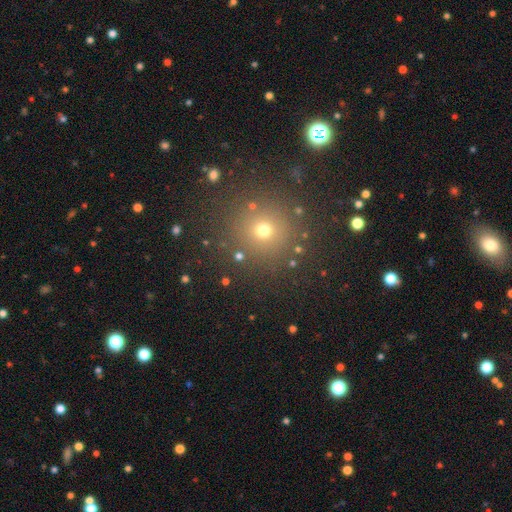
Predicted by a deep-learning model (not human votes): This appears to be a smooth galaxy with no disk features (55%) that is round (94%). Merging: none (88%).